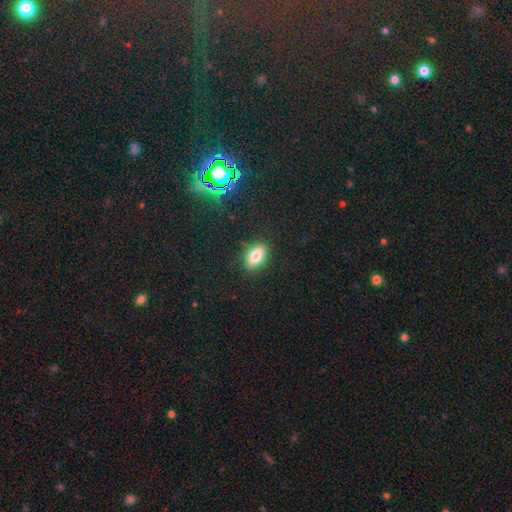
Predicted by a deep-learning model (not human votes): Smooth or featured? smooth (78%)
How rounded? in between (86%)
Merging? none (85%)